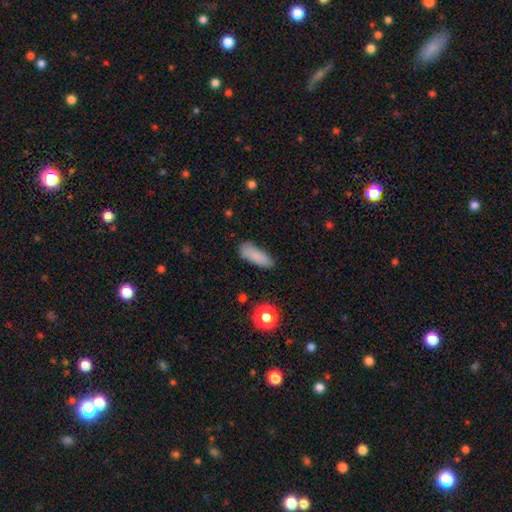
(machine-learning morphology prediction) Smooth or featured? smooth (85%)
How rounded? in between (59%)
Merging? none (78%)